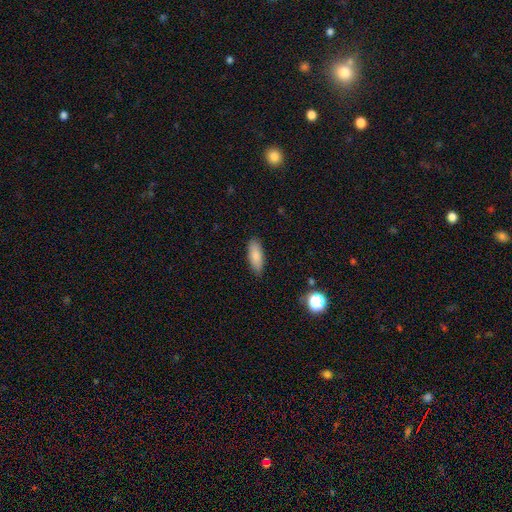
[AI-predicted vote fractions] This is clearly a smooth galaxy (85%). How rounded: likely in between (67%). Merging: clearly none (86%).